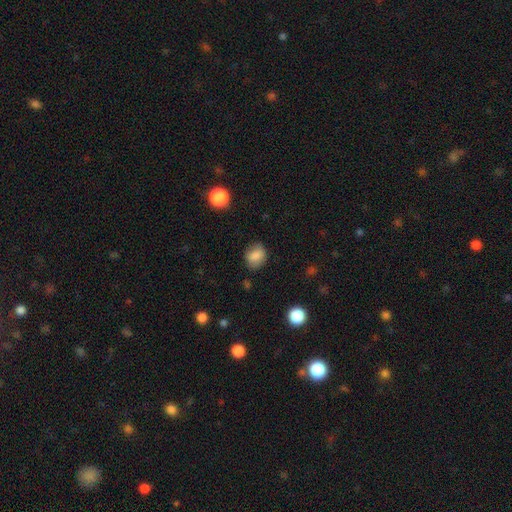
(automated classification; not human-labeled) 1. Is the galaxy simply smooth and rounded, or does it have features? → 82% smooth, 10% star or artifact, 8% featured or disk.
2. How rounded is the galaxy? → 51% in between, 48% round, 1% cigar-shaped.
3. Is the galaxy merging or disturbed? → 74% none, 19% minor disturbance, 5% major disturbance, 2% merger.